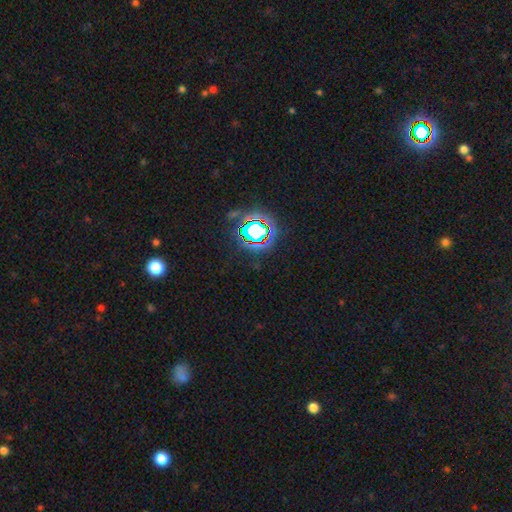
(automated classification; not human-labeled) The model was most divided on "smooth or featured": star or artifact: 78%, smooth: 13%, featured or disk: 9%.